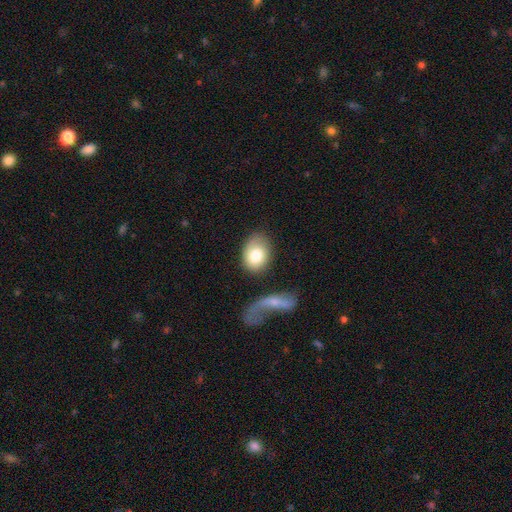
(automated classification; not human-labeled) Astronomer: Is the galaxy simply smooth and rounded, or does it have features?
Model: smooth — 77%.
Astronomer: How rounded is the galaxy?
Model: in between — 76%.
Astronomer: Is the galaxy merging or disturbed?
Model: none — 61%.